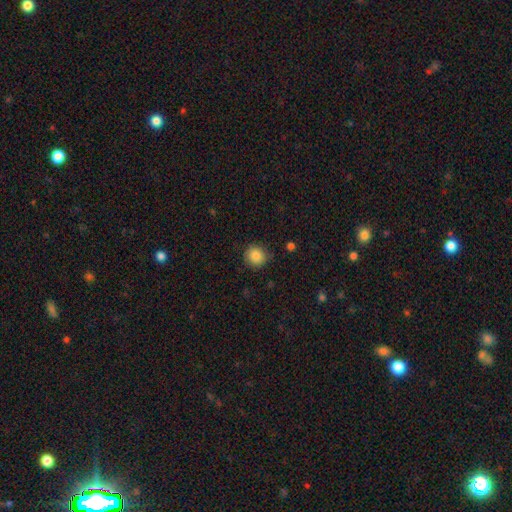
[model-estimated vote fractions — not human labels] Morphology: type=smooth (85%); roundness=round (90%); merging=none (87%).